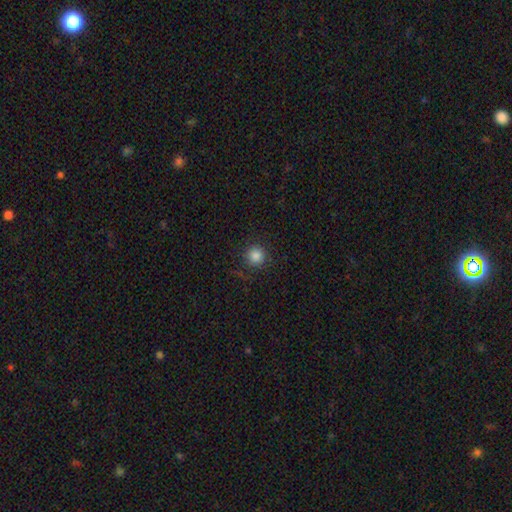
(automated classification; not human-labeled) Smooth or featured?
  - smooth: 84% *
  - star or artifact: 12%
  - featured or disk: 4%
How rounded?
  - round: 95% *
  - in between: 4%
  - cigar-shaped: 1%
Merging?
  - none: 88% *
  - minor disturbance: 8%
  - major disturbance: 3%
  - merger: 1%